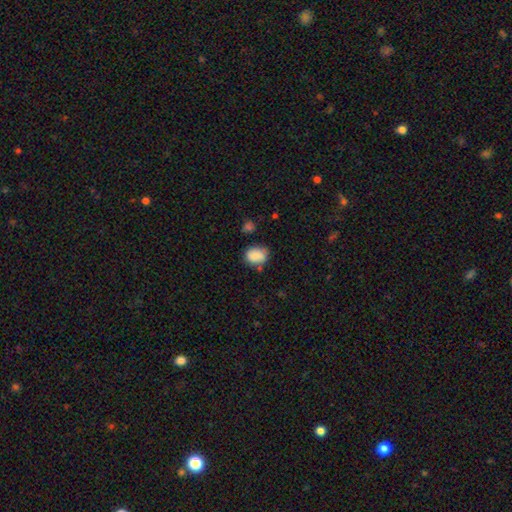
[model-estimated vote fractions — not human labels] smooth_or_featured: smooth (p=0.82) [alt: featured or disk p=0.10]
how_rounded: in between (p=0.61) [alt: round p=0.38]
merging: none (p=0.61) [alt: minor disturbance p=0.25]